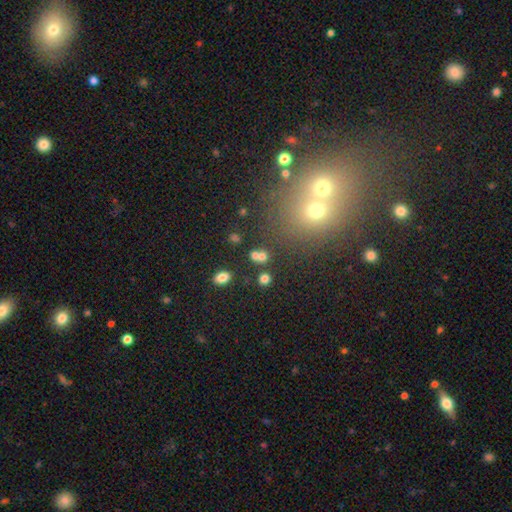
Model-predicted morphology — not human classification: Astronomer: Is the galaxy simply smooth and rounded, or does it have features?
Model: smooth — 72%.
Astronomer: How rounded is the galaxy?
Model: round — 69%.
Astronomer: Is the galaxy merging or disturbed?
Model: none — 58%.